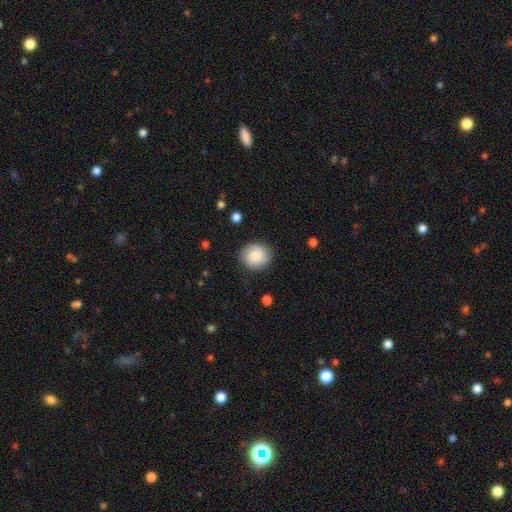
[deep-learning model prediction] A smooth galaxy with no disk features (79%) that is round (85%). Merging: none (85%).